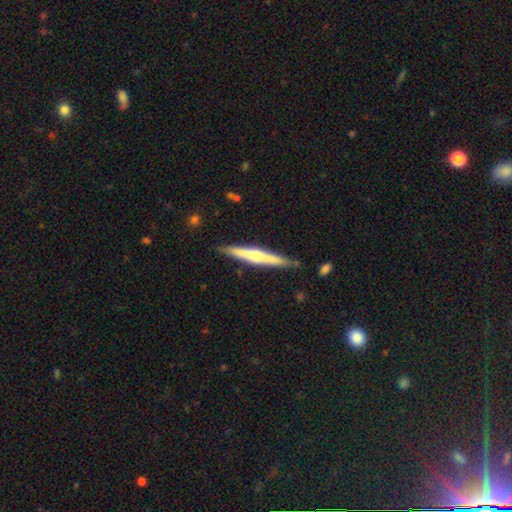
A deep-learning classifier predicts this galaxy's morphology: A featured or disk galaxy (61%) viewed edge-on (97%) with a rounded central bulge (73%).

Vote fractions:
- Smooth or featured? featured or disk: 61% / smooth: 34% / star or artifact: 5%
- Edge-on disk? yes: 97% / no: 3%
- Edge-on bulge? rounded: 73% / none: 17% / boxy: 9%
- Merging? none: 87% / minor disturbance: 10% / merger: 2% / major disturbance: 2%